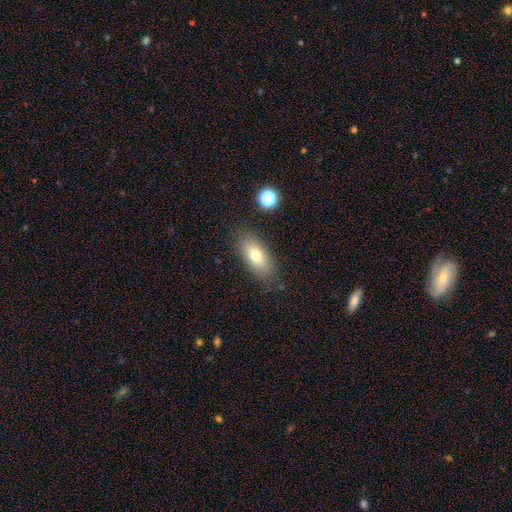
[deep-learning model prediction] smooth_or_featured: smooth (p=0.75) [alt: featured or disk p=0.16]
how_rounded: in between (p=0.85) [alt: cigar-shaped p=0.11]
merging: none (p=0.83) [alt: minor disturbance p=0.12]